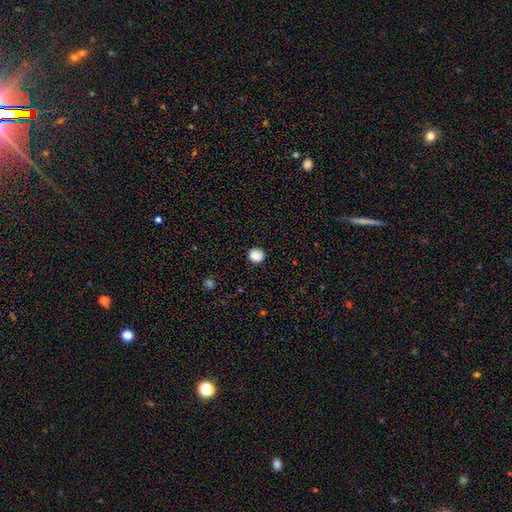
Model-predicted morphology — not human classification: This is clearly a smooth galaxy (87%). How rounded: clearly round (88%). Merging: clearly none (89%).